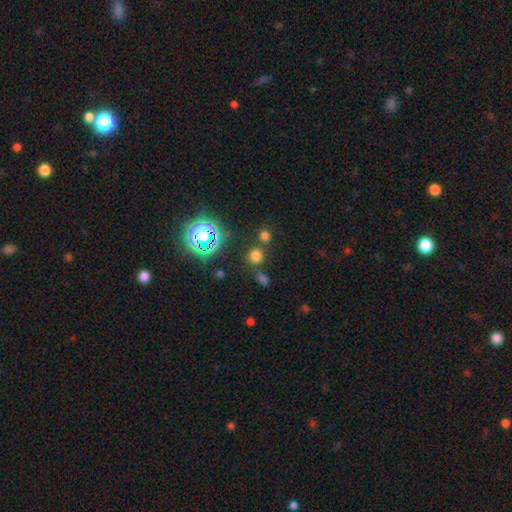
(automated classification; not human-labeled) Smooth or featured: smooth — 67% (star or artifact — 27%)
How rounded: round — 88% (in between — 10%)
Merging: none — 75% (merger — 13%)